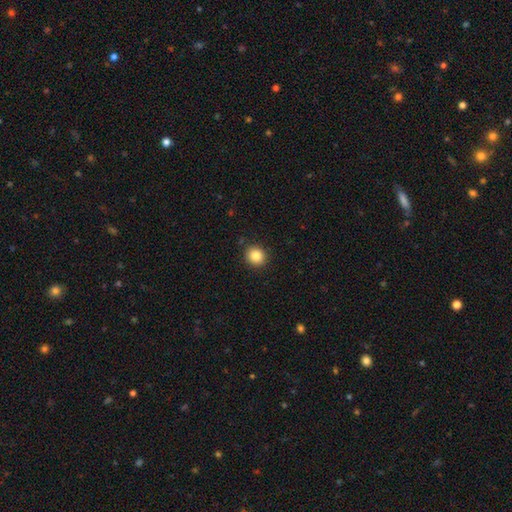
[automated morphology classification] smooth-or-featured: smooth: 84% | star or artifact: 10% | featured or disk: 5%
  how-rounded: round: 88% | in between: 11% | cigar-shaped: 1%
  merging: none: 91% | minor disturbance: 6% | major disturbance: 2% | merger: 1%